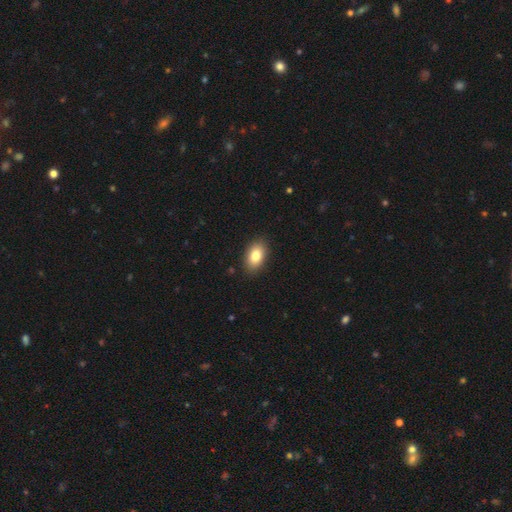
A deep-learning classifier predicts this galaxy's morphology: smooth_or_featured: smooth (p=0.83) [alt: featured or disk p=0.09]
how_rounded: in between (p=0.89) [alt: round p=0.09]
merging: none (p=0.89) [alt: minor disturbance p=0.08]